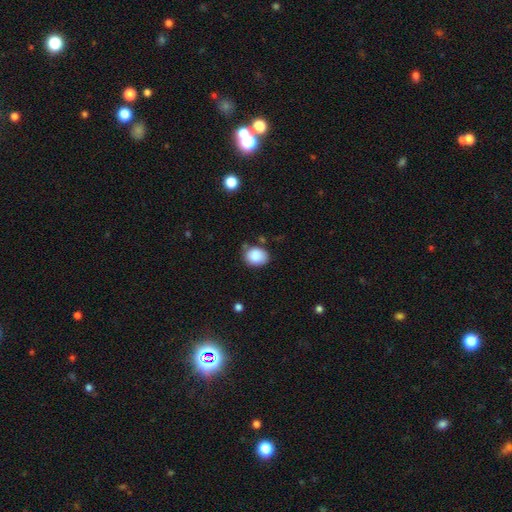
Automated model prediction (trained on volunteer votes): Smooth or featured? Predicted: smooth (p=0.88). How rounded? Predicted: in between (p=0.55). Merging? Predicted: none (p=0.73).